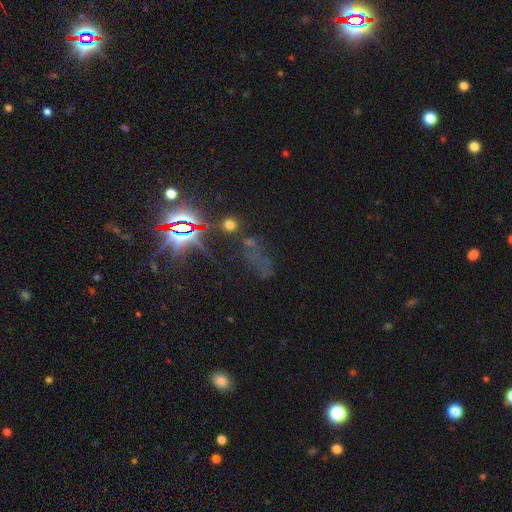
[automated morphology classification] smooth-or-featured: star or artifact: 65% | smooth: 20% | featured or disk: 15%